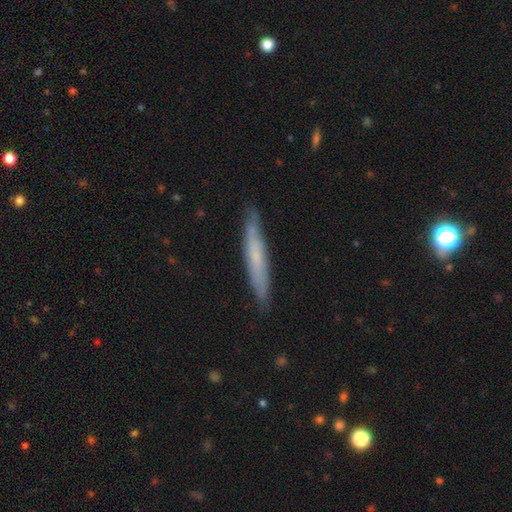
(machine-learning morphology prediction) Q: Smooth or featured?
A: smooth (51%); runner-up: featured or disk (42%)
Q: How rounded?
A: cigar-shaped (94%); runner-up: in between (4%)
Q: Merging?
A: none (85%); runner-up: minor disturbance (12%)